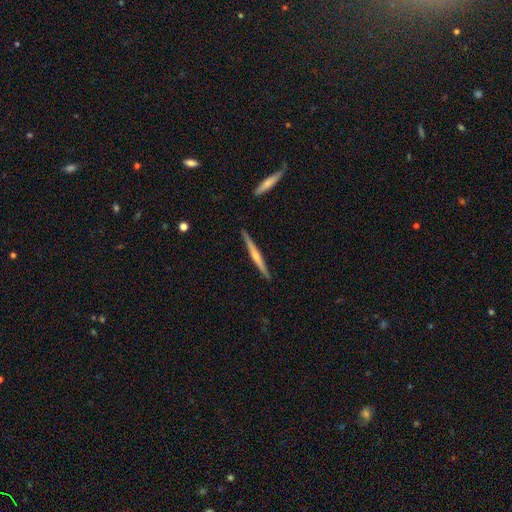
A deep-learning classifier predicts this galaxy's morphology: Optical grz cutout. It shows a featured or disk galaxy (72%) viewed edge-on (98%) with a rounded central bulge (74%). Merging: none (90%).